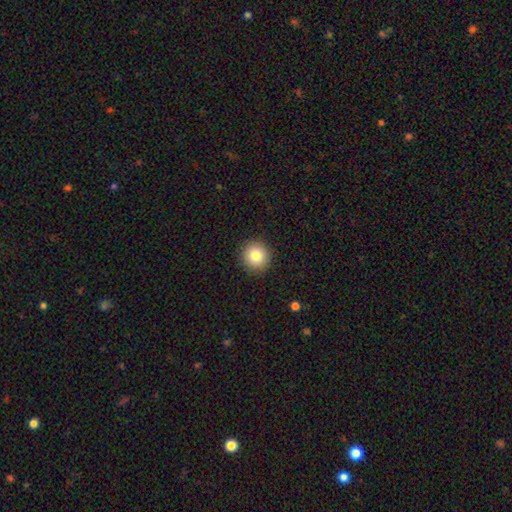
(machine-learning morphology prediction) This is clearly a smooth galaxy (82%). How rounded: clearly round (94%). Merging: clearly none (92%).